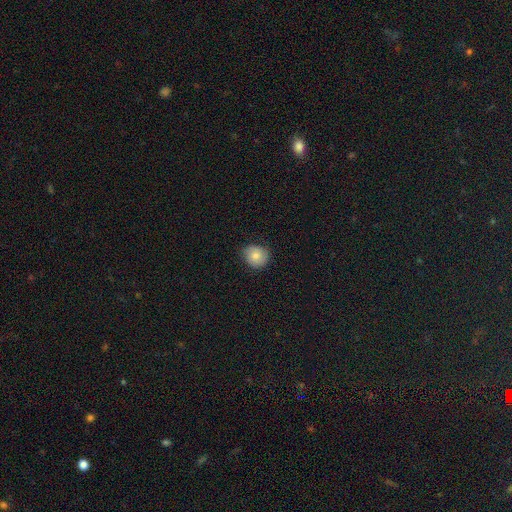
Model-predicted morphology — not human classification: type=smooth (76%); roundness=round (82%); merging=none (77%).